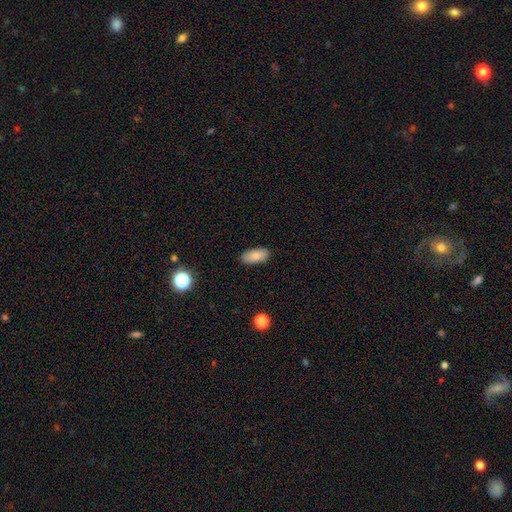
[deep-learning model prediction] Morphology: type=smooth (86%); roundness=in between (89%); merging=none (88%).